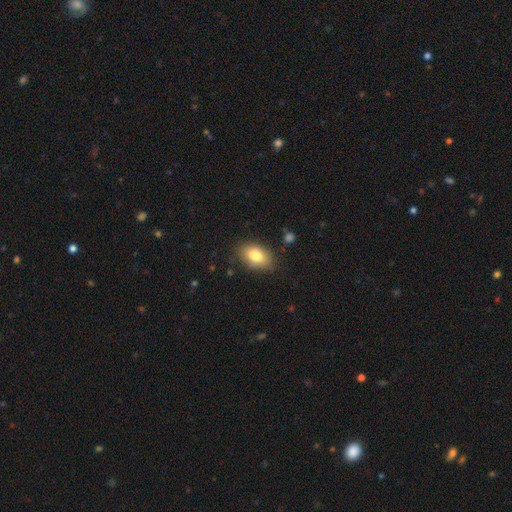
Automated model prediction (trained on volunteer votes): This appears to be a smooth galaxy with no disk features (81%) that is in between round and cigar-shaped (88%). Merging: none (80%).